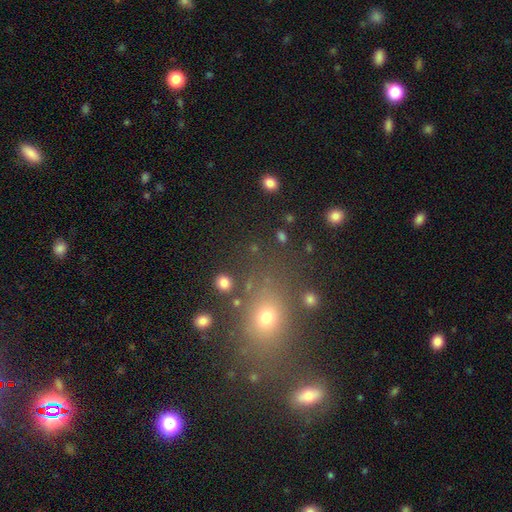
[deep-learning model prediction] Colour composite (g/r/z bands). It shows a smooth galaxy with no disk features (54%) that is in between round and cigar-shaped (52%). Merging: none (76%).